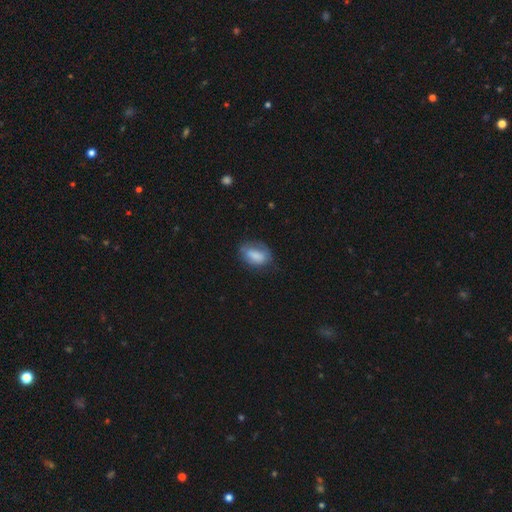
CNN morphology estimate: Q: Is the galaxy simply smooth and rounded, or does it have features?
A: smooth — 74%.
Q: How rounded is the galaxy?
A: in between — 85%.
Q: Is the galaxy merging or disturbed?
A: none — 53%.